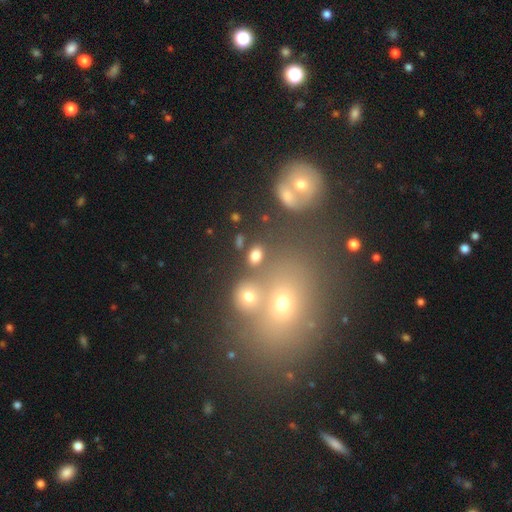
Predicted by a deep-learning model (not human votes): Overall: smooth (75%). How rounded: in between (74%). Merging: none (69%).